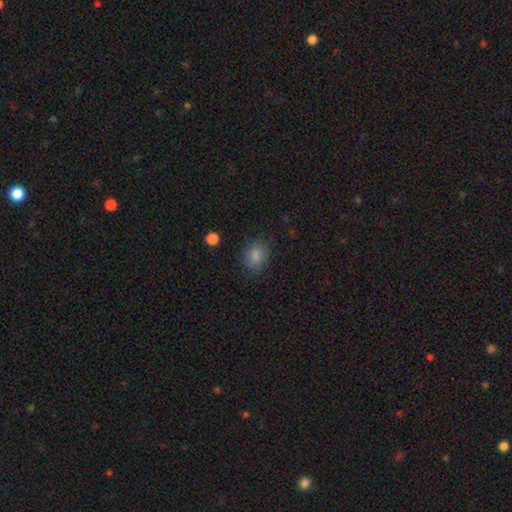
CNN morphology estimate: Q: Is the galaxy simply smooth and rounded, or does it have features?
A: smooth — 85%.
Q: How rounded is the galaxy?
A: in between — 59%.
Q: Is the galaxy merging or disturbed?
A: none — 79%.